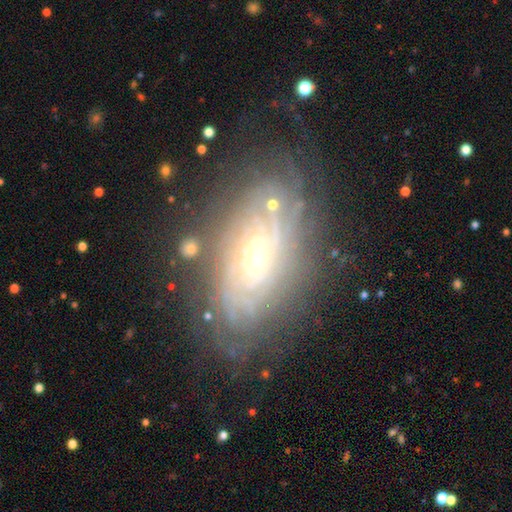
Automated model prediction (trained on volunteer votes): Overall: featured or disk (79%). Edge-on disk: no (92%). Bar: no (74%). Spiral arms: yes (91%). Spiral arm count: can't tell (52%; more than 4 15%). Spiral winding: tight (79%). Bulge size: small (71%). Merging: none (73%).